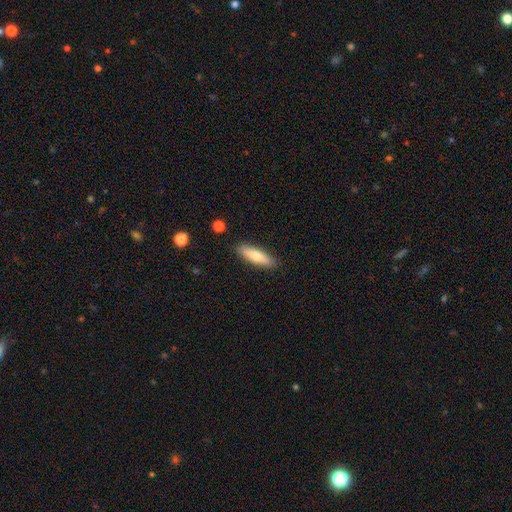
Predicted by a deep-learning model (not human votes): This appears to be a smooth galaxy with no disk features (72%) that is cigar-shaped (60%). Merging: none (88%).